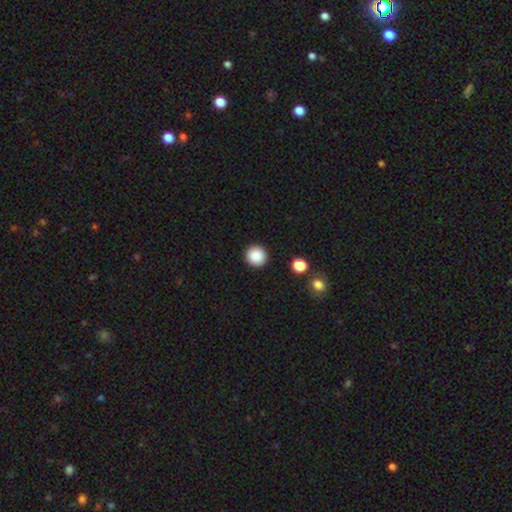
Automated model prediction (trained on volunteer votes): A smooth galaxy with no disk features (88%) that is round (95%). Merging: none (92%).